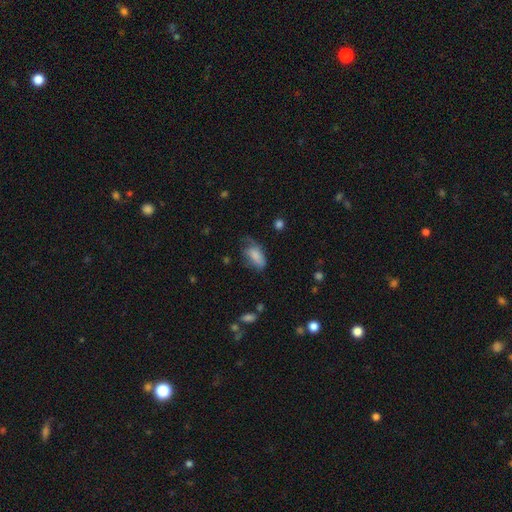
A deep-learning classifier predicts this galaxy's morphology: type=smooth (75%); roundness=in between (90%); merging=none (36%).